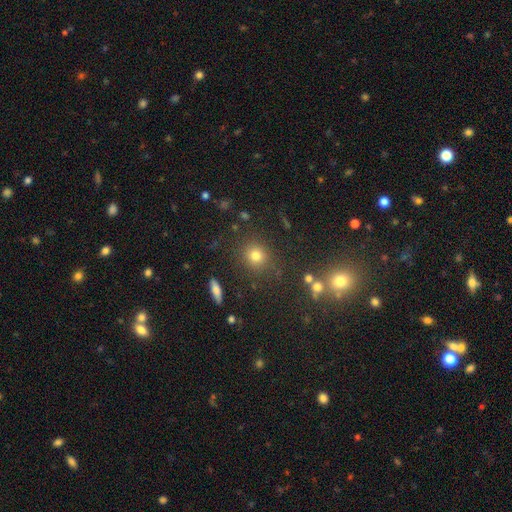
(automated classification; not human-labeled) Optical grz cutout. It shows a smooth galaxy with no disk features (74%) that is round (87%). Merging: none (84%).